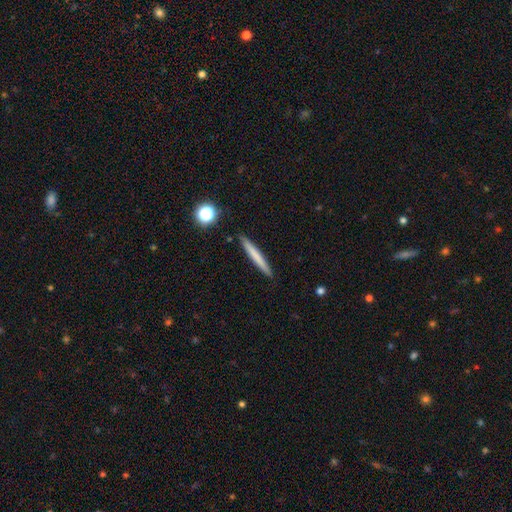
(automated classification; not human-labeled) A smooth galaxy with no disk features (66%) that is cigar-shaped (96%).

Vote fractions:
- Smooth or featured? smooth: 66% / featured or disk: 28% / star or artifact: 6%
- How rounded? cigar-shaped: 96% / in between: 2% / round: 1%
- Merging? none: 91% / minor disturbance: 6% / merger: 1% / major disturbance: 1%